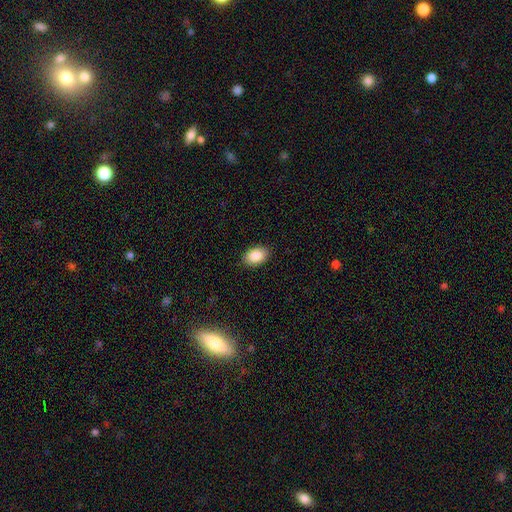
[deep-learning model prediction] Smooth or featured? smooth (88%)
How rounded? in between (86%)
Merging? none (88%)